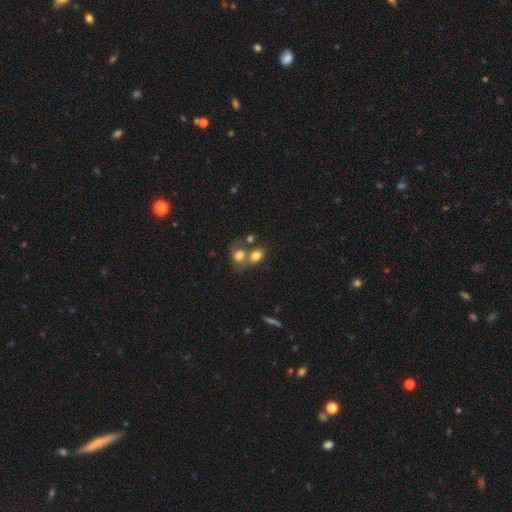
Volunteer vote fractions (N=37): smooth 78%, featured or disk 16%, star or artifact 5%. Down the decision tree: how rounded — round (55%); merging — merger (49%).